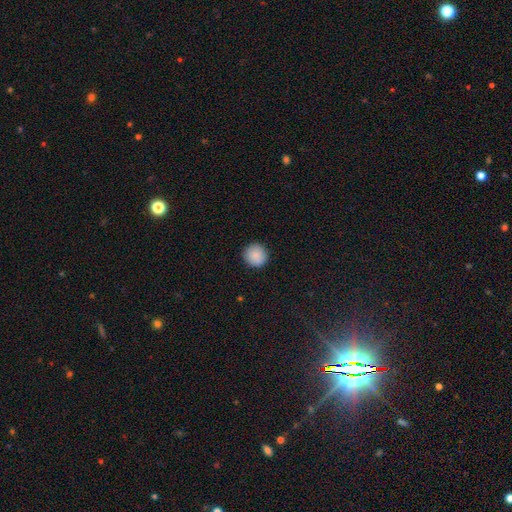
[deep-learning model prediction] Smooth or featured? Predicted: smooth (p=0.89). How rounded? Predicted: round (p=0.95). Merging? Predicted: none (p=0.92).